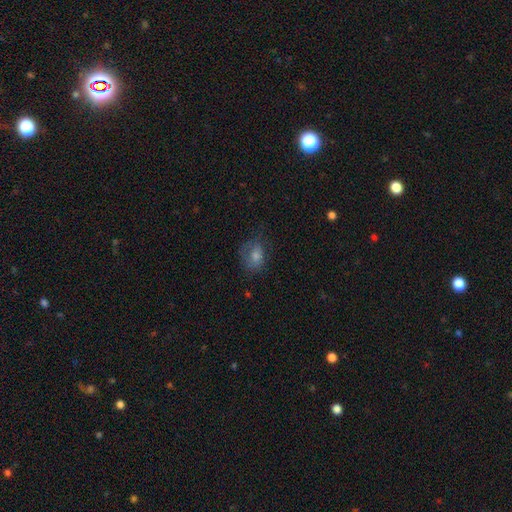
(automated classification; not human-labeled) Smooth or featured? smooth (61%)
How rounded? in between (57%)
Merging? none (53%)